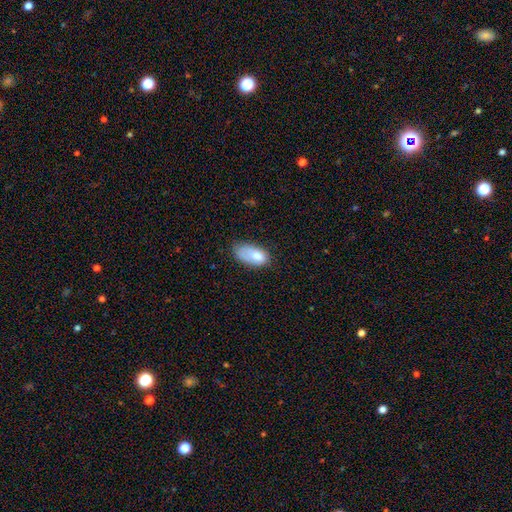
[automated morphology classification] Overall: smooth (75%). How rounded: in between (93%). Merging: none (40%; minor disturbance 37%).